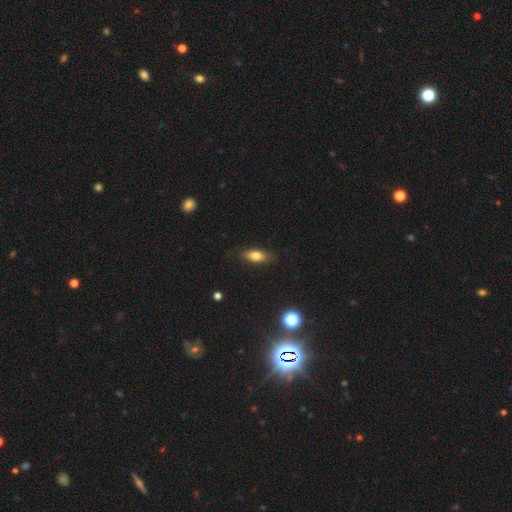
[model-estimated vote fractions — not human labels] A smooth galaxy with no disk features (78%) that is in between round and cigar-shaped (81%).

Vote fractions:
- Smooth or featured? smooth: 78% / featured or disk: 13% / star or artifact: 9%
- How rounded? in between: 81% / cigar-shaped: 15% / round: 4%
- Merging? none: 84% / minor disturbance: 12% / major disturbance: 3% / merger: 1%